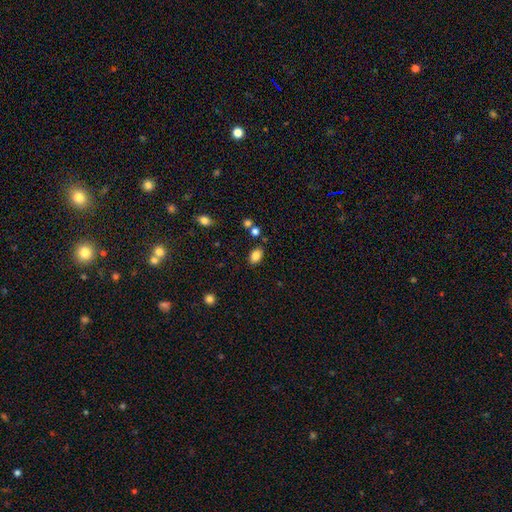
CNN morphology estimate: Smooth or featured? smooth (84%)
How rounded? in between (85%)
Merging? none (82%)